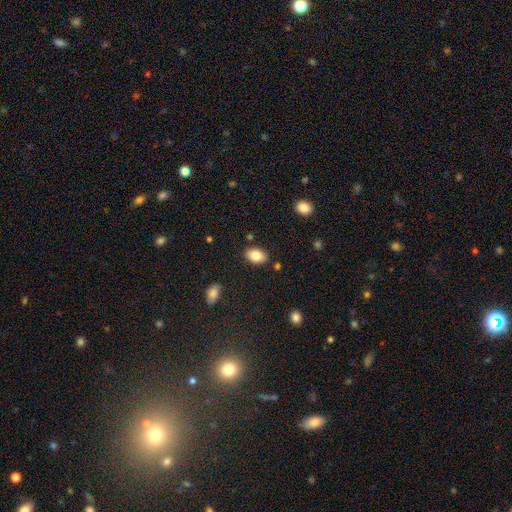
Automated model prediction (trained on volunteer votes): This is clearly a smooth galaxy (83%). How rounded: clearly in between (88%). Merging: clearly none (84%).